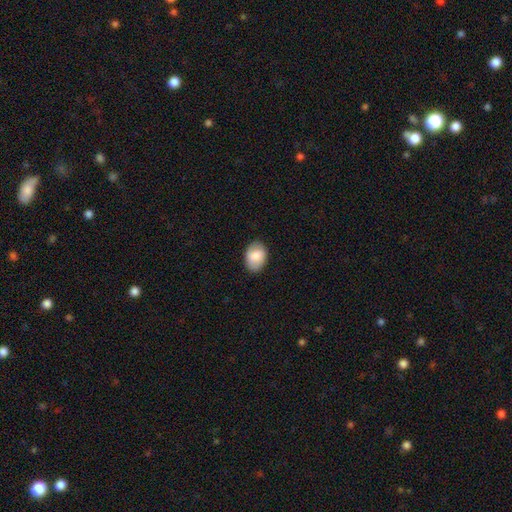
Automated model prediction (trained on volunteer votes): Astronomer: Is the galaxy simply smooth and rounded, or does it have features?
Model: smooth — 80%.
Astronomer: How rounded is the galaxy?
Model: in between — 81%.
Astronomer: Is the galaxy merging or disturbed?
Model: none — 85%.